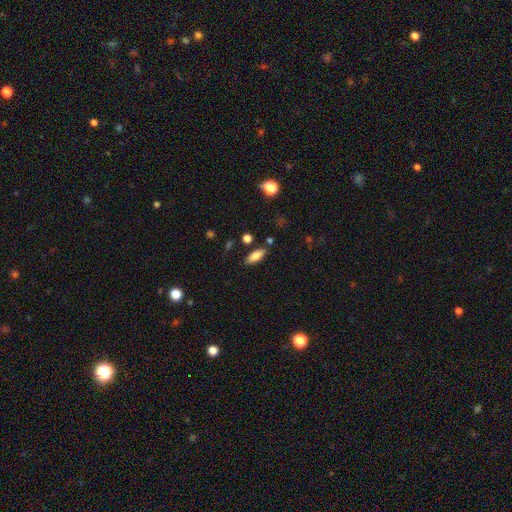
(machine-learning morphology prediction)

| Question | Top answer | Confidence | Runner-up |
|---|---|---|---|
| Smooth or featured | smooth | 82% | featured or disk (10%) |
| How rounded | in between | 77% | cigar-shaped (20%) |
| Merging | none | 82% | minor disturbance (12%) |